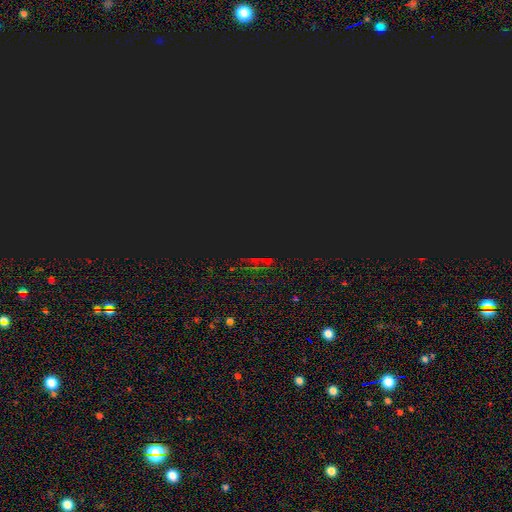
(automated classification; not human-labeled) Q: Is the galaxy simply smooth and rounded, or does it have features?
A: star or artifact — 82%.